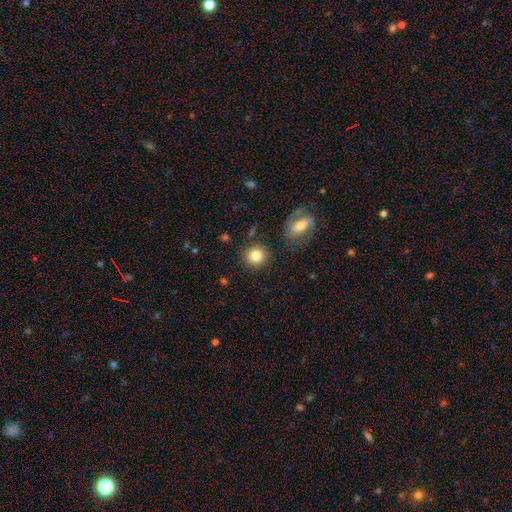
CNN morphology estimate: This appears to be a smooth galaxy with no disk features (82%) that is round (89%). Merging: none (85%).